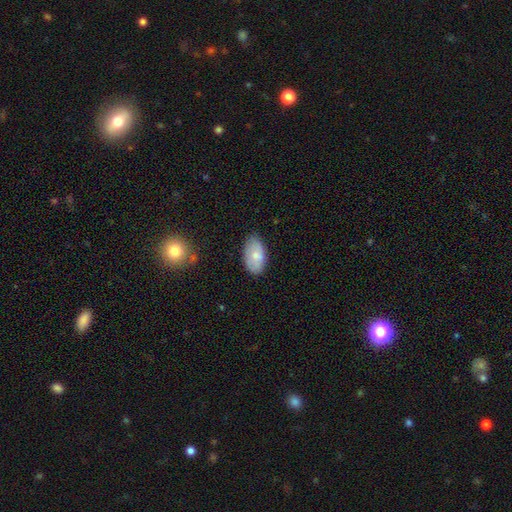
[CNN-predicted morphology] Overall: smooth (72%). How rounded: in between (94%). Merging: none (76%).